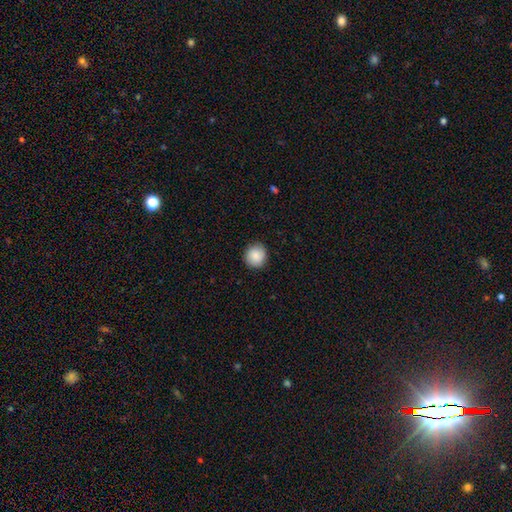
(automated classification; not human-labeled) A smooth galaxy with no disk features (88%) that is round (92%).

Vote fractions:
- Smooth or featured? smooth: 88% / star or artifact: 7% / featured or disk: 5%
- How rounded? round: 92% / in between: 8% / cigar-shaped: 1%
- Merging? none: 90% / minor disturbance: 8% / major disturbance: 2% / merger: 1%